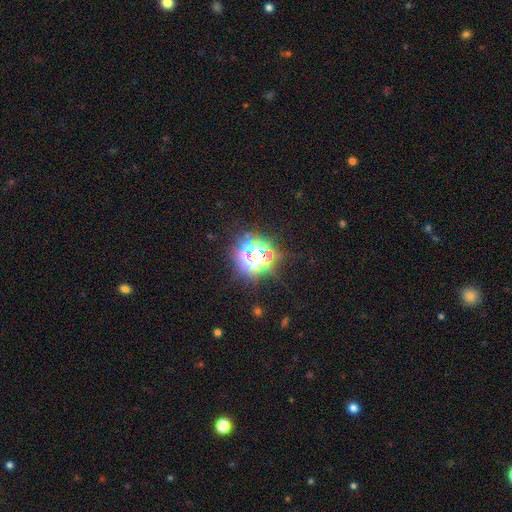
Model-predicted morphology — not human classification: smooth_or_featured: star or artifact (p=0.74) [alt: smooth p=0.15]